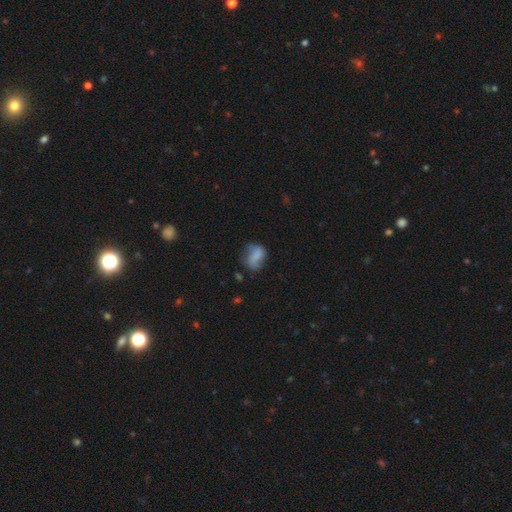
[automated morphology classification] Smooth or featured? smooth (69%)
How rounded? in between (71%)
Merging? none (43%)